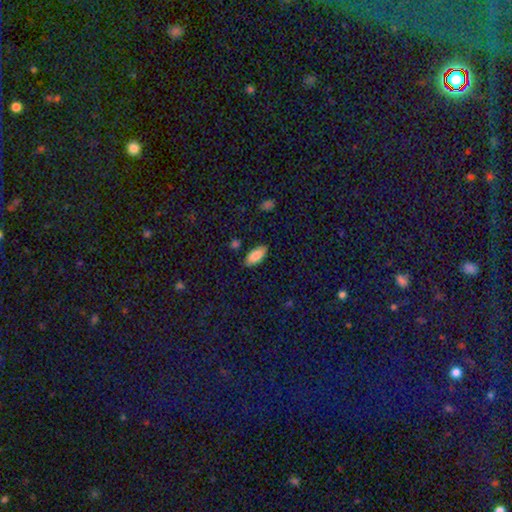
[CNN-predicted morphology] Overall: smooth (88%). How rounded: in between (88%). Merging: none (85%).